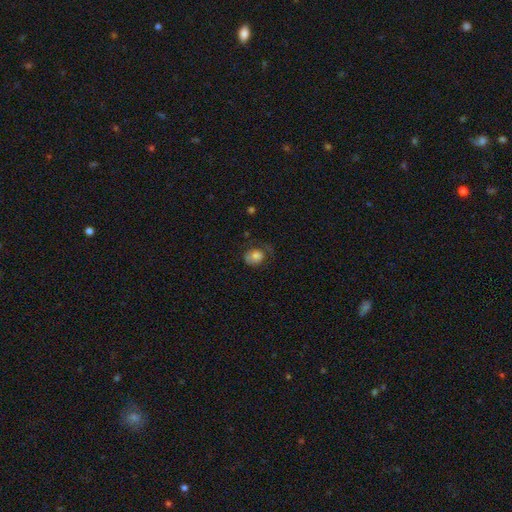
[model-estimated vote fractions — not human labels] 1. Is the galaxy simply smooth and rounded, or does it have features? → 74% smooth, 17% featured or disk, 9% star or artifact.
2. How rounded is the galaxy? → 51% round, 48% in between, 1% cigar-shaped.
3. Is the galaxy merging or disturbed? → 46% none, 26% major disturbance, 26% minor disturbance, 2% merger.